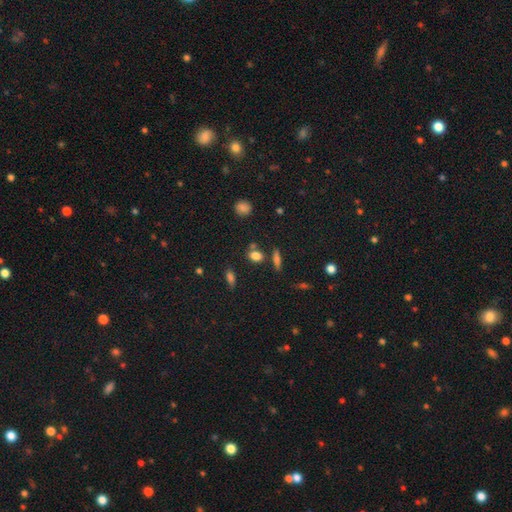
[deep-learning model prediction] Morphology: type=smooth (75%); roundness=in between (60%); merging=none (69%).